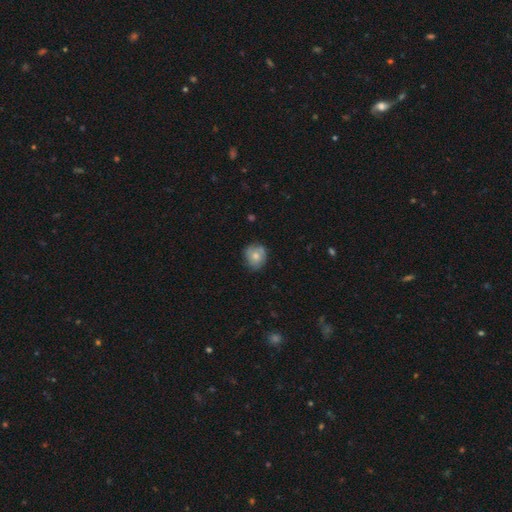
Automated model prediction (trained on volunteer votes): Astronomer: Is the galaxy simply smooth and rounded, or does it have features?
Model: smooth — 63%.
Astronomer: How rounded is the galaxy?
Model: round — 79%.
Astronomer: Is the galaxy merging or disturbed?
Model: none — 69%.